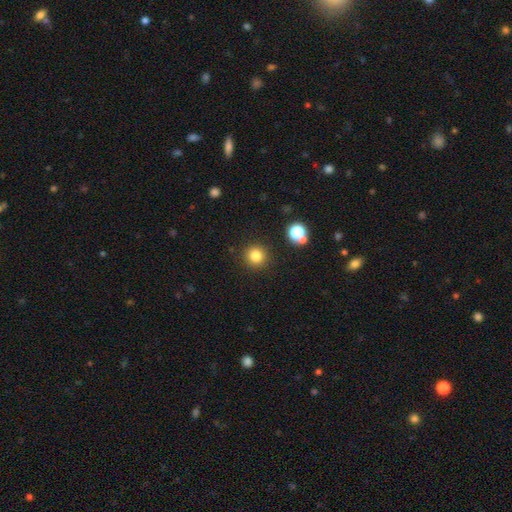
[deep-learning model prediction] Morphology: type=smooth (81%); roundness=round (93%); merging=none (89%).